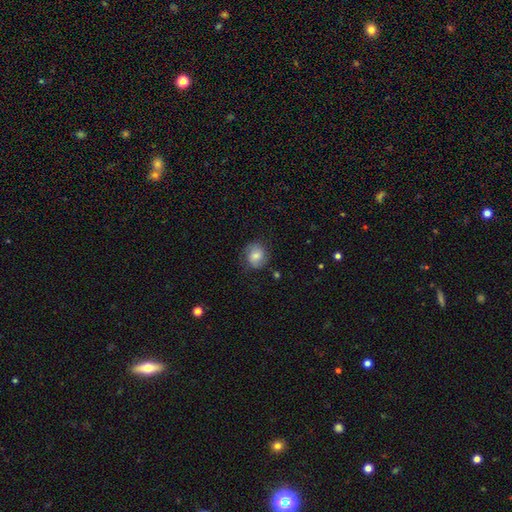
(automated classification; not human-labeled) Morphology: type=smooth (63%); roundness=round (76%); merging=none (76%).